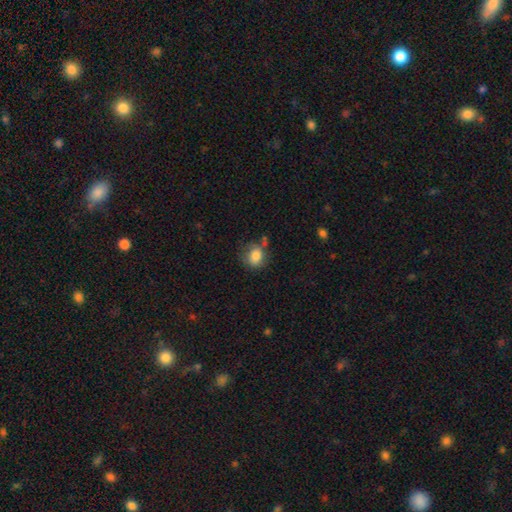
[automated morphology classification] A smooth galaxy with no disk features (81%) that is round (67%).

Vote fractions:
- Smooth or featured? smooth: 81% / featured or disk: 10% / star or artifact: 9%
- How rounded? round: 67% / in between: 32% / cigar-shaped: 1%
- Merging? none: 59% / minor disturbance: 23% / merger: 9% / major disturbance: 9%